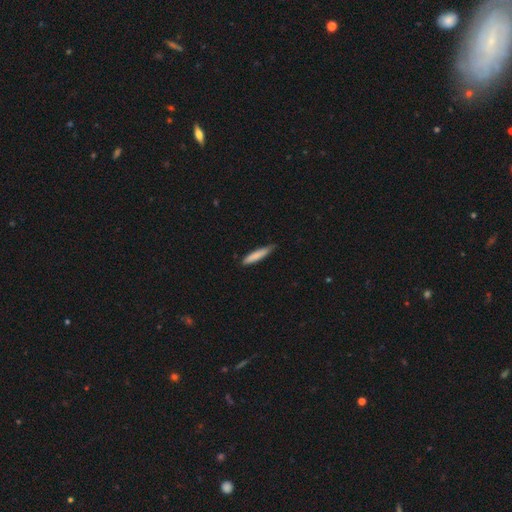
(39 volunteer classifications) smooth_or_featured: smooth (p=0.95) [alt: featured or disk p=0.03]
how_rounded: cigar-shaped (p=0.78) [alt: in between p=0.22]
merging: none (p=0.61) [alt: minor disturbance p=0.39]